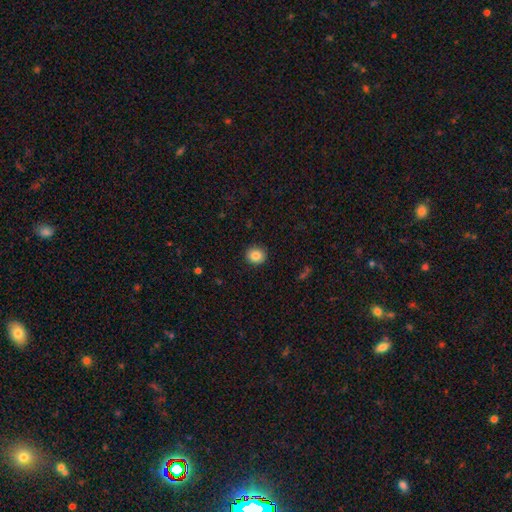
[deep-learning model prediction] A smooth galaxy with no disk features (85%) that is round (82%). Merging: none (91%).